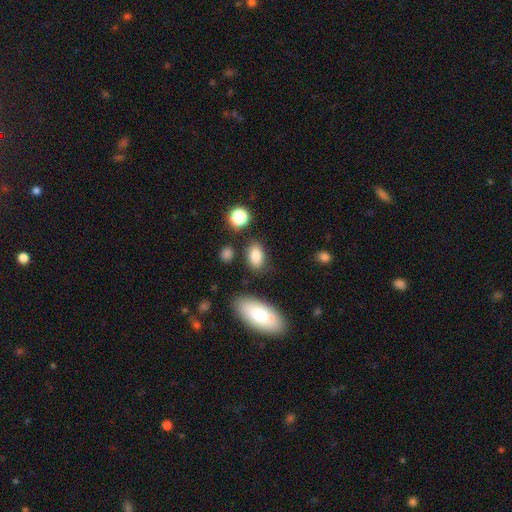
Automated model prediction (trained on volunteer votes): Overall: smooth (83%). How rounded: in between (87%). Merging: none (79%).